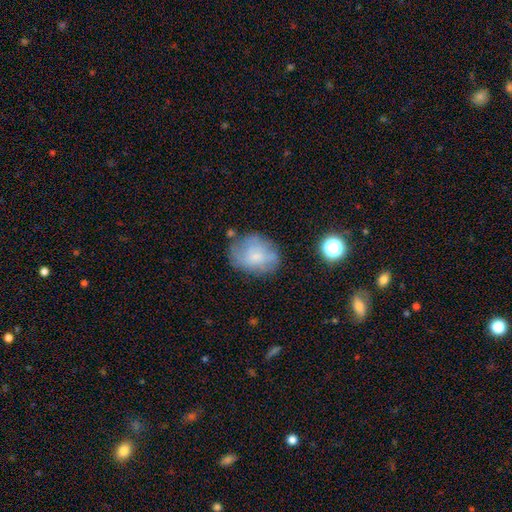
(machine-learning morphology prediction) smooth_or_featured: smooth (p=0.63) [alt: featured or disk p=0.27]
how_rounded: in between (p=0.54) [alt: round p=0.45]
merging: none (p=0.59) [alt: minor disturbance p=0.25]